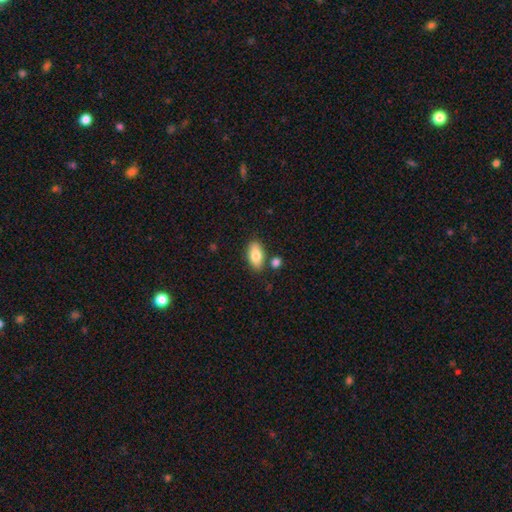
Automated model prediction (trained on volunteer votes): Smooth or featured: smooth — 81% (featured or disk — 12%)
How rounded: in between — 91% (cigar-shaped — 5%)
Merging: none — 80% (minor disturbance — 11%)